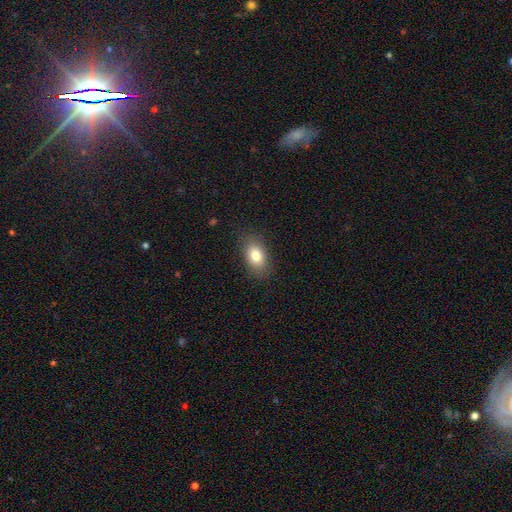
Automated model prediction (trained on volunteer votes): Overall: smooth (81%). How rounded: in between (86%). Merging: none (84%).